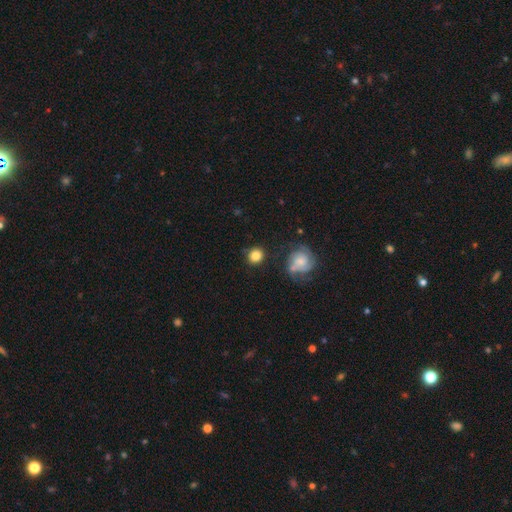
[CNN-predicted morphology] Overall: smooth (79%). How rounded: round (88%). Merging: none (79%).